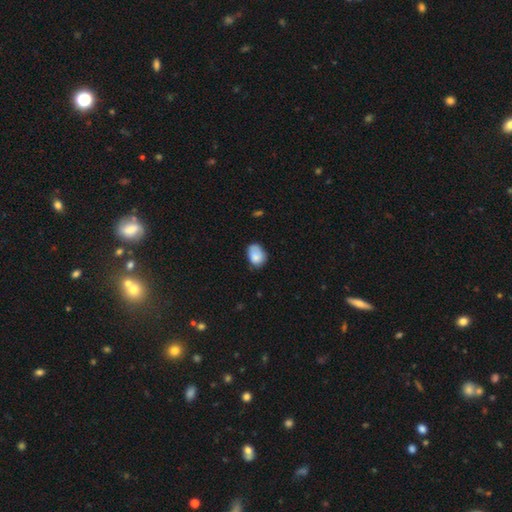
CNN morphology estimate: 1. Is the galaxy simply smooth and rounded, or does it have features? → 82% smooth, 10% featured or disk, 8% star or artifact.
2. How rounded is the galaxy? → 73% in between, 26% round, 1% cigar-shaped.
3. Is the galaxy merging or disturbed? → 54% none, 36% minor disturbance, 8% major disturbance, 3% merger.